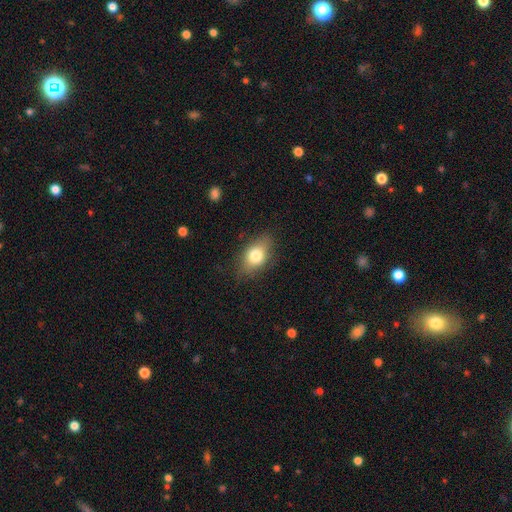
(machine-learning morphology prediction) Smooth or featured: smooth — 75% (featured or disk — 16%)
How rounded: in between — 78% (round — 18%)
Merging: none — 77% (minor disturbance — 17%)